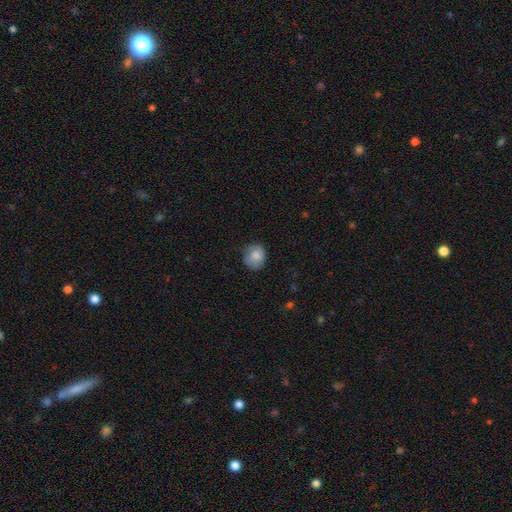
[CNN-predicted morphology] smooth 81%, featured or disk 12%, star or artifact 7%. Down the decision tree: how rounded — round (78%); merging — none (69%).